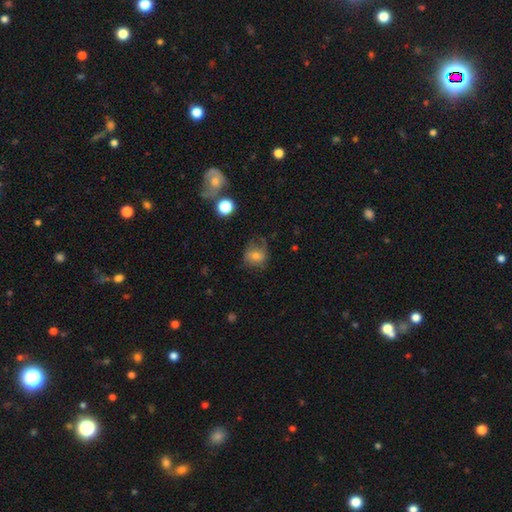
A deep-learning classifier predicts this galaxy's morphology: smooth 59%, featured or disk 29%, star or artifact 12%. Down the decision tree: how rounded — round (68%); merging — none (54%).